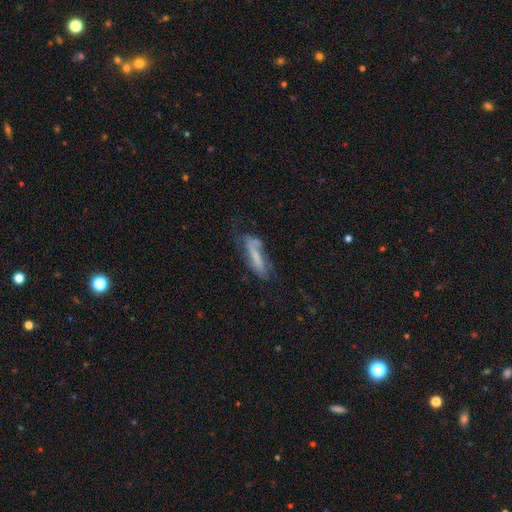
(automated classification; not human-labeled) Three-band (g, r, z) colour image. It shows a smooth galaxy with no disk features (47%). Merging: none (41%).